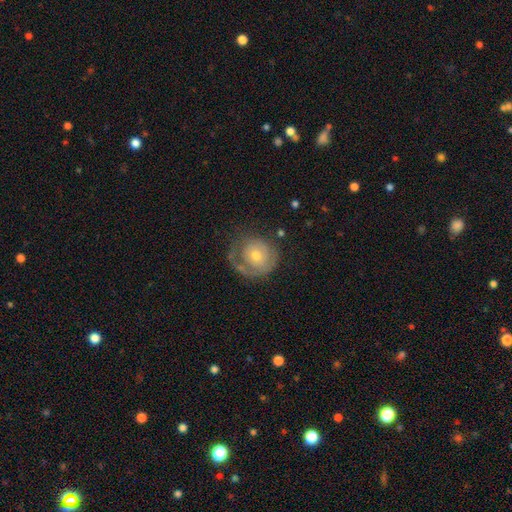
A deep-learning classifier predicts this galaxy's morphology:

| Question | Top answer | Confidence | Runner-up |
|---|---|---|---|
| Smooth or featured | featured or disk | 65% | smooth (28%) |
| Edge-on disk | no | 97% | yes (3%) |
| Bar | no | 85% | weak (13%) |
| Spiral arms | yes | 67% | no (33%) |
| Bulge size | moderate | 54% | small (41%) |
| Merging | none | 56% | minor disturbance (21%) |